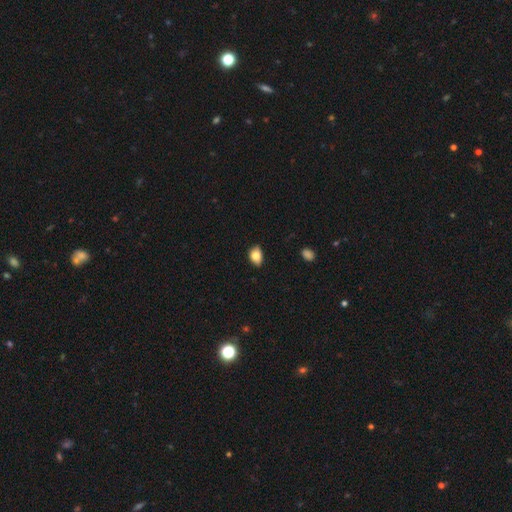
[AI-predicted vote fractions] This appears to be a smooth galaxy with no disk features (81%) that is in between round and cigar-shaped (81%). Merging: none (78%).